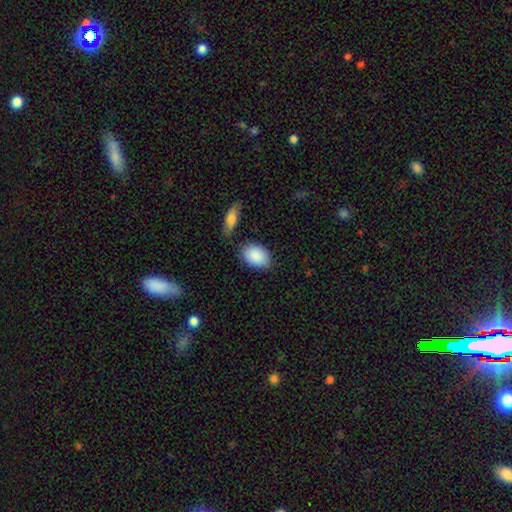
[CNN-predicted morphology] type=smooth (89%); roundness=in between (89%); merging=none (74%).